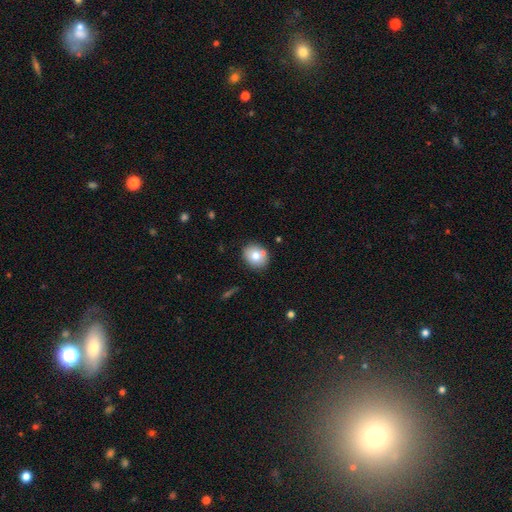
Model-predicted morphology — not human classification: A smooth galaxy with no disk features (75%) that is round (64%).

Vote fractions:
- Smooth or featured? smooth: 75% / featured or disk: 15% / star or artifact: 9%
- How rounded? round: 64% / in between: 35% / cigar-shaped: 1%
- Merging? none: 77% / minor disturbance: 11% / merger: 9% / major disturbance: 3%